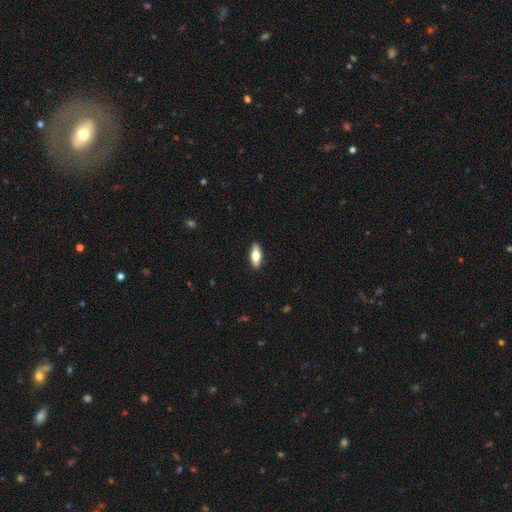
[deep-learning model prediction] Smooth or featured? Predicted: smooth (p=0.64). How rounded? Predicted: in between (p=0.69). Merging? Predicted: none (p=0.89).